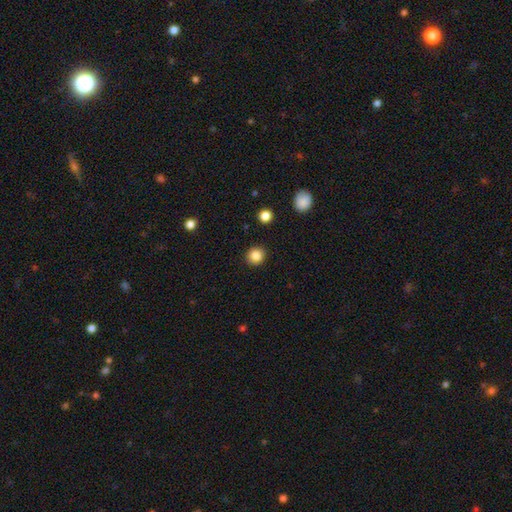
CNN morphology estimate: This is clearly a smooth galaxy (85%). How rounded: clearly round (90%). Merging: clearly none (91%).